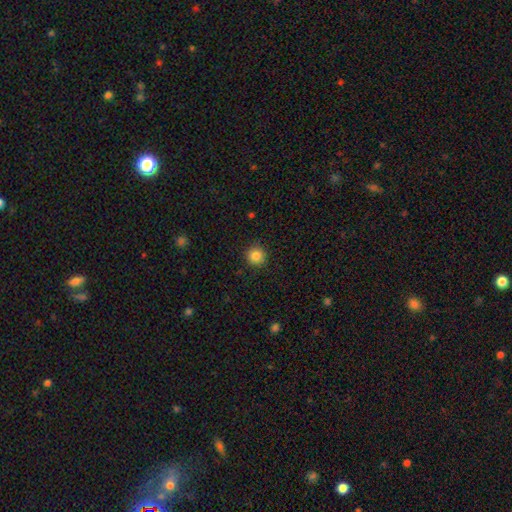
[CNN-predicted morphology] This is clearly a smooth galaxy (86%). How rounded: clearly round (94%). Merging: clearly none (90%).